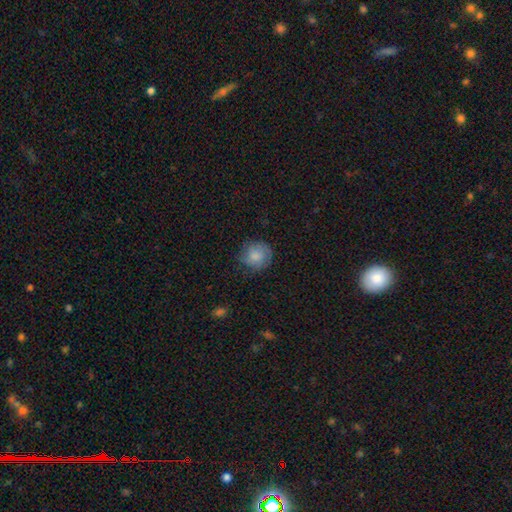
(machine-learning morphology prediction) Smooth or featured?
  - smooth: 73% *
  - featured or disk: 19%
  - star or artifact: 8%
How rounded?
  - round: 88% *
  - in between: 11%
  - cigar-shaped: 1%
Merging?
  - none: 71% *
  - minor disturbance: 21%
  - major disturbance: 7%
  - merger: 1%